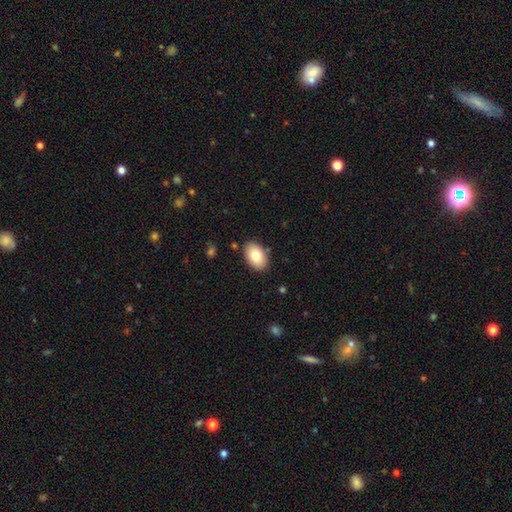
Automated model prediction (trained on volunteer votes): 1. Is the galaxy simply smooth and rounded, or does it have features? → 81% smooth, 12% featured or disk, 7% star or artifact.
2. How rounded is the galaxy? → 90% in between, 9% round, 1% cigar-shaped.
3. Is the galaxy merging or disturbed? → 87% none, 9% minor disturbance, 2% major disturbance, 2% merger.